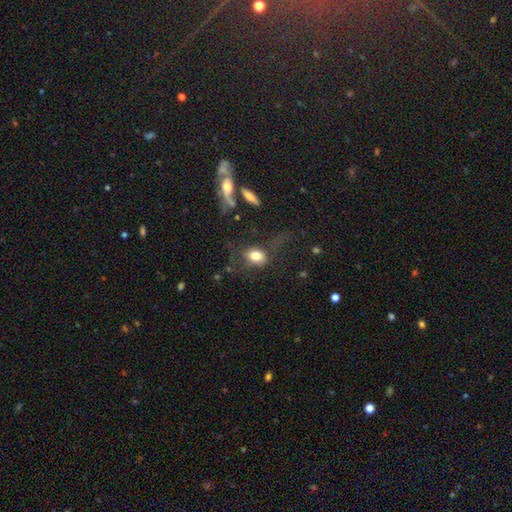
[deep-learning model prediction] A smooth galaxy with no disk features (75%) that is in between round and cigar-shaped (70%). Merging: none (52%).